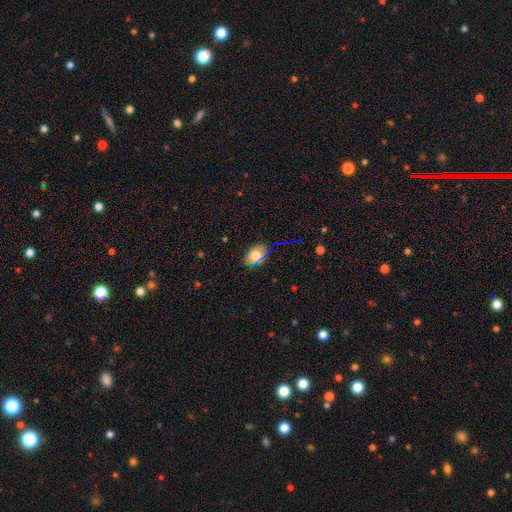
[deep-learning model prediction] Overall: smooth (70%). How rounded: in between (79%). Merging: none (80%).